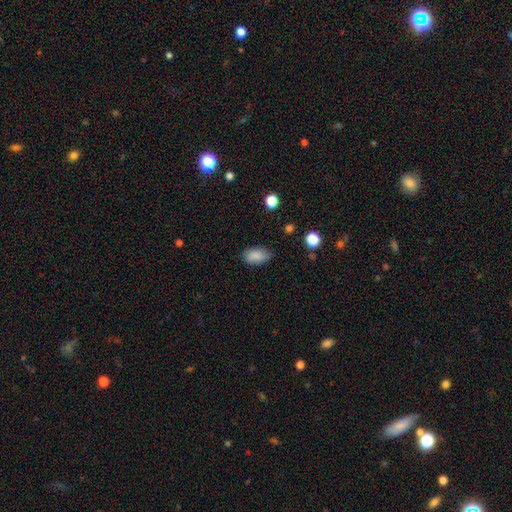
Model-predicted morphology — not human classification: type=smooth (87%); roundness=in between (91%); merging=none (74%).